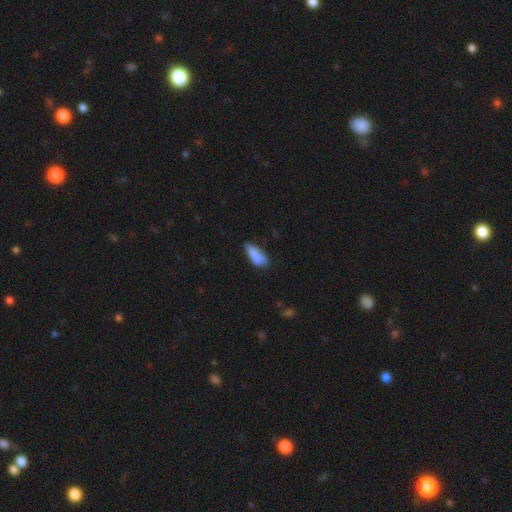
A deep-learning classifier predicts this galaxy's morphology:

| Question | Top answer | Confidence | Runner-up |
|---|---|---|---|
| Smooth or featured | smooth | 84% | featured or disk (9%) |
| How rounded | in between | 69% | cigar-shaped (29%) |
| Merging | none | 56% | minor disturbance (33%) |